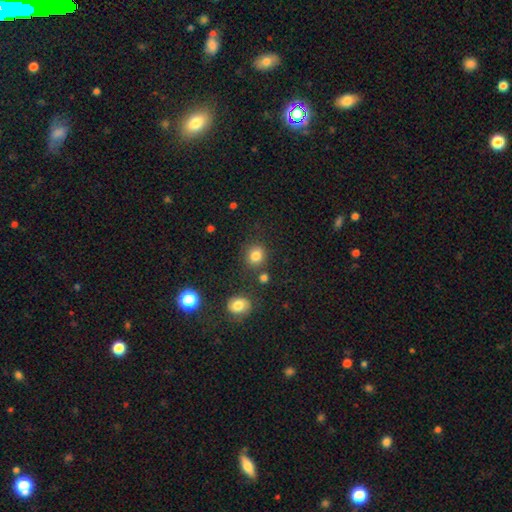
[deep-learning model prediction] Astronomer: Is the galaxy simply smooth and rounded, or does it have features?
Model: smooth — 81%.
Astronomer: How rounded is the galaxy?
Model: round — 80%.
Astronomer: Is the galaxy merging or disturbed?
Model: none — 79%.